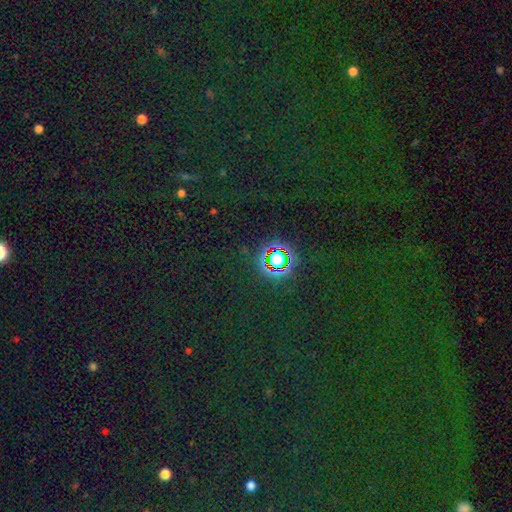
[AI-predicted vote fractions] This is likely a star or artifact rather than a galaxy (79%).